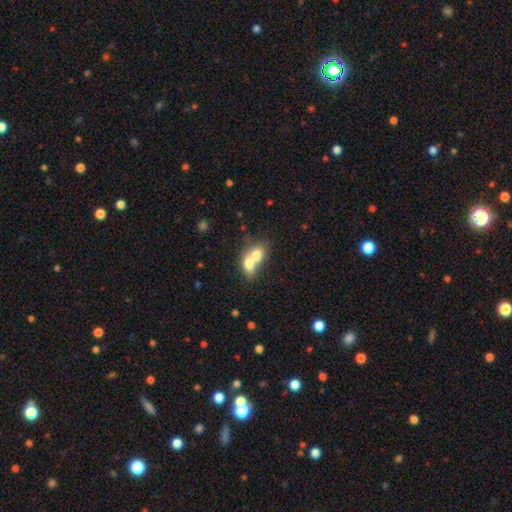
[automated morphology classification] type=smooth (69%); roundness=in between (68%); merging=merger (76%).